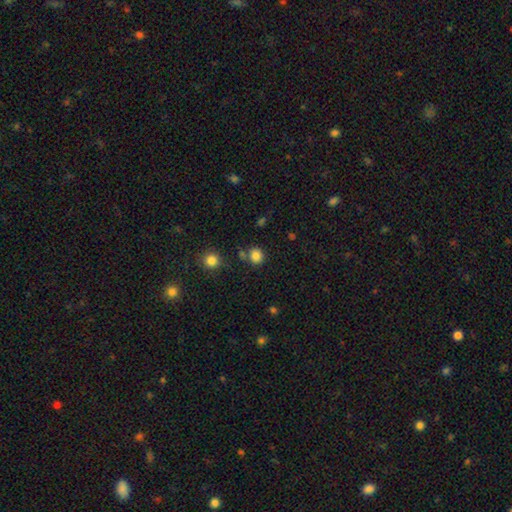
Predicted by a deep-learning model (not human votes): This appears to be a smooth galaxy with no disk features (83%) that is round (84%). Merging: none (76%).